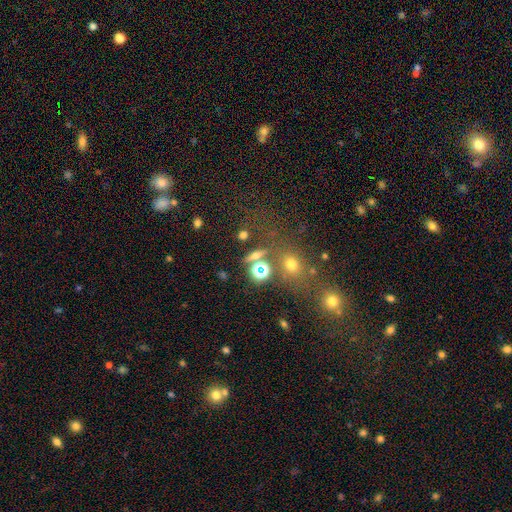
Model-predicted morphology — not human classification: A smooth galaxy with no disk features (44%). Merging: none (73%).